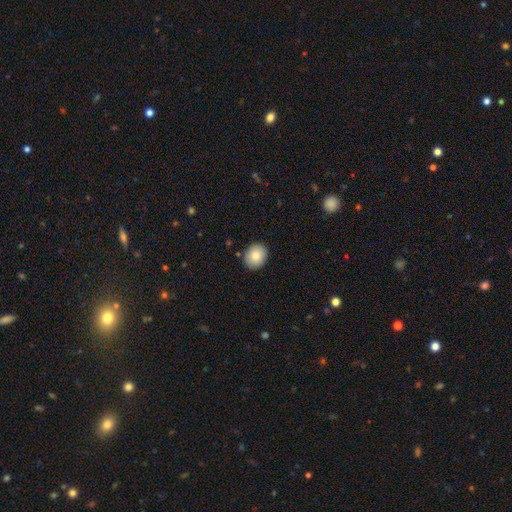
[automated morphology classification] Q: Smooth or featured?
A: smooth (84%); runner-up: featured or disk (9%)
Q: How rounded?
A: round (62%); runner-up: in between (37%)
Q: Merging?
A: none (88%); runner-up: minor disturbance (8%)